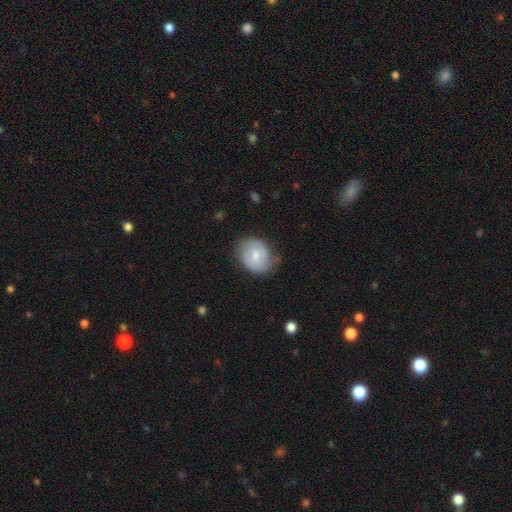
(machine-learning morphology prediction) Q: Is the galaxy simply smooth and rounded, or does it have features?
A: smooth — 47%.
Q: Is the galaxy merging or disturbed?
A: none — 68%.